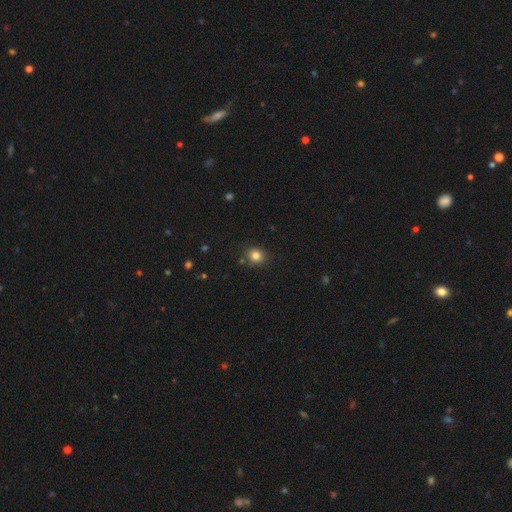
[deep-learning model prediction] Smooth or featured? Predicted: smooth (p=0.81). How rounded? Predicted: round (p=0.79). Merging? Predicted: none (p=0.83).